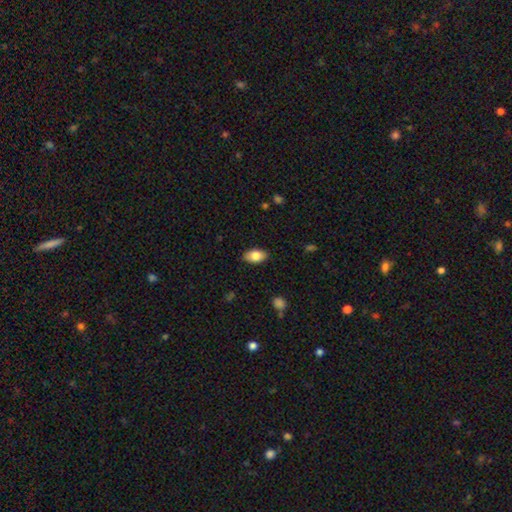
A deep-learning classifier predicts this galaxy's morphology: smooth 81%, featured or disk 12%, star or artifact 7%. Down the decision tree: how rounded — in between (92%); merging — none (86%).